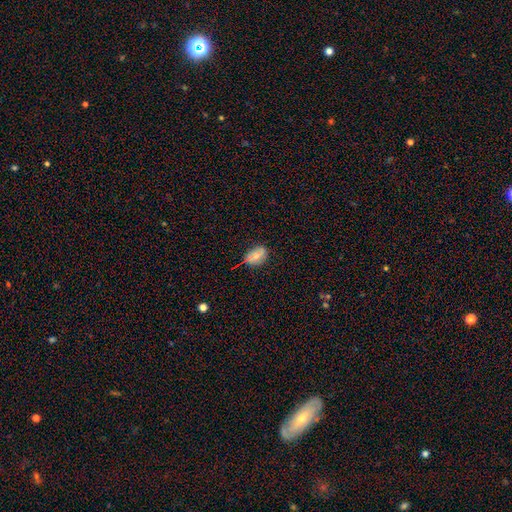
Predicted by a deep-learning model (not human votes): smooth 63%, featured or disk 19%, star or artifact 18%. Down the decision tree: how rounded — in between (73%); merging — none (73%).